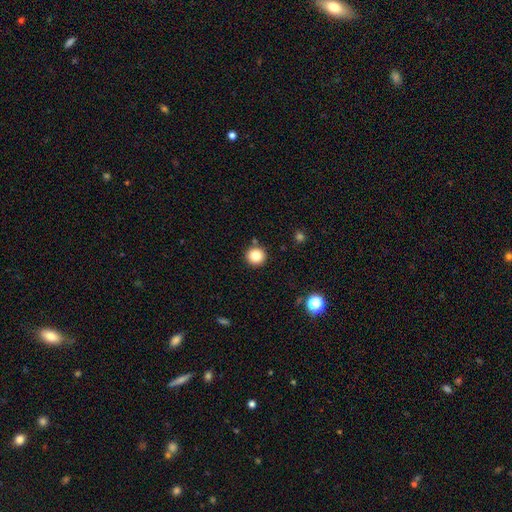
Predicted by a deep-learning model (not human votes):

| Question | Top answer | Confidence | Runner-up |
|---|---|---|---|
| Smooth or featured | smooth | 84% | star or artifact (11%) |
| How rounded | round | 94% | in between (5%) |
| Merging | none | 87% | minor disturbance (7%) |